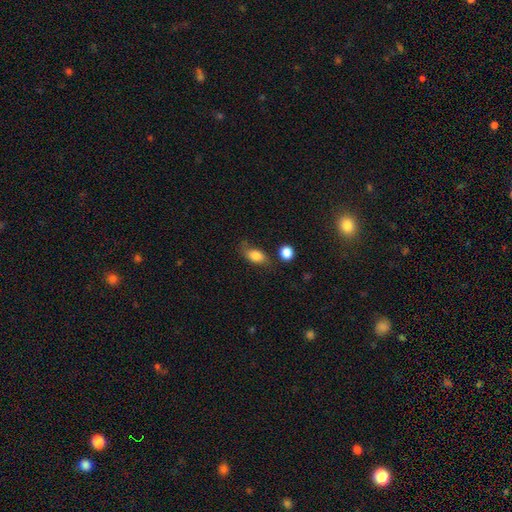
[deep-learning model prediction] Morphology: type=smooth (79%); roundness=in between (83%); merging=none (59%).